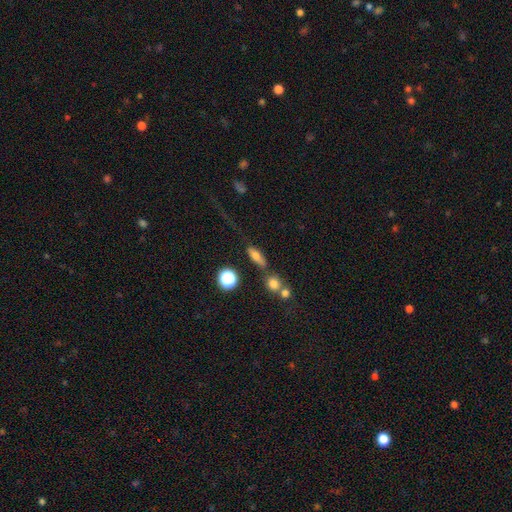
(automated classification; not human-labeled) Q: Smooth or featured?
A: smooth (66%); runner-up: featured or disk (21%)
Q: How rounded?
A: in between (55%); runner-up: cigar-shaped (34%)
Q: Merging?
A: none (63%); runner-up: minor disturbance (15%)